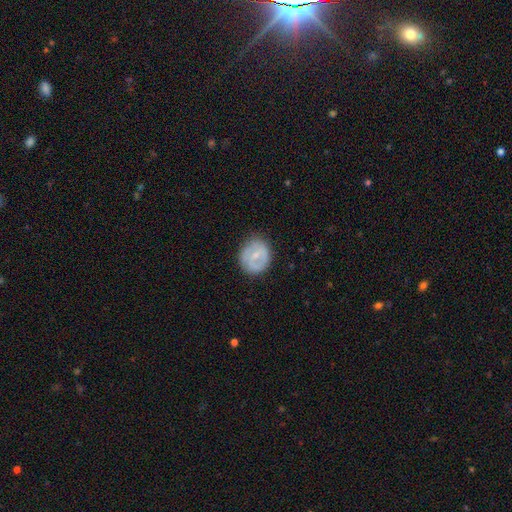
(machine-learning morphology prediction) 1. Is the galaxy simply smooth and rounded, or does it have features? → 47% featured or disk, 46% smooth, 6% star or artifact.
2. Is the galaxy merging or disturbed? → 77% none, 16% minor disturbance, 5% major disturbance, 1% merger.